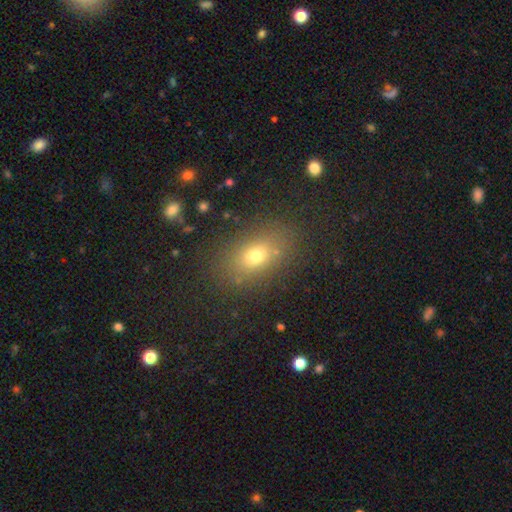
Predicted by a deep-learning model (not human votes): Smooth or featured: smooth — 71% (star or artifact — 15%)
How rounded: in between — 78% (round — 19%)
Merging: none — 82% (minor disturbance — 11%)